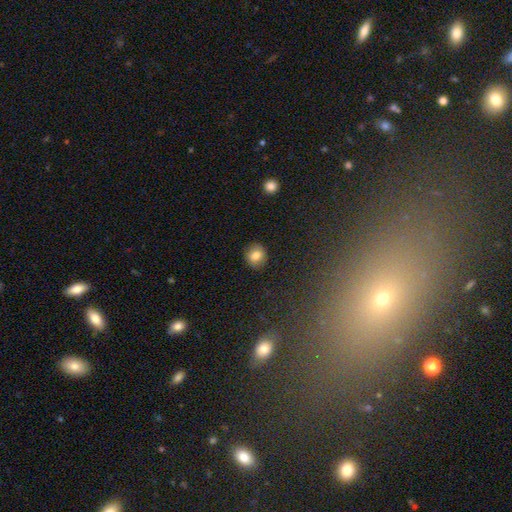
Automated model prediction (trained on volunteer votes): Q: Smooth or featured?
A: smooth (80%); runner-up: featured or disk (10%)
Q: How rounded?
A: round (83%); runner-up: in between (16%)
Q: Merging?
A: none (90%); runner-up: minor disturbance (7%)